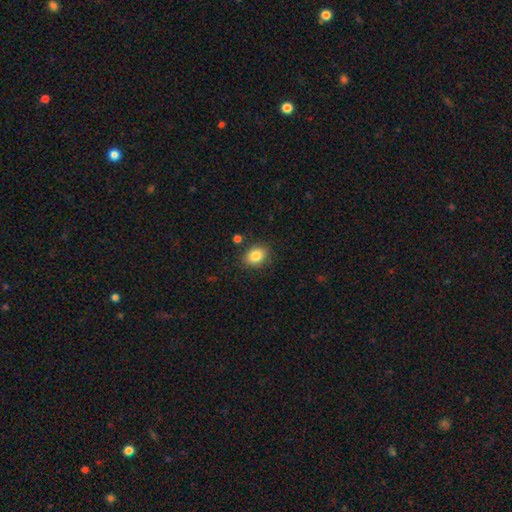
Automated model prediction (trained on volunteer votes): Smooth or featured? smooth (84%)
How rounded? in between (55%)
Merging? none (84%)